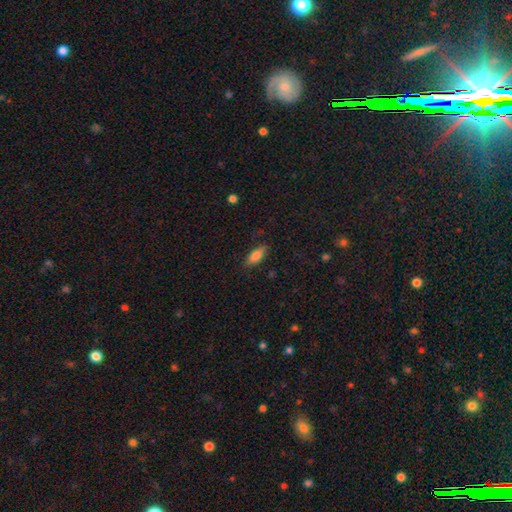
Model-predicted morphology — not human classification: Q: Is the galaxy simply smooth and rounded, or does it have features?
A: smooth — 78%.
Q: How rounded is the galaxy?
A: in between — 66%.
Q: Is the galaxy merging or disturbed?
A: none — 82%.